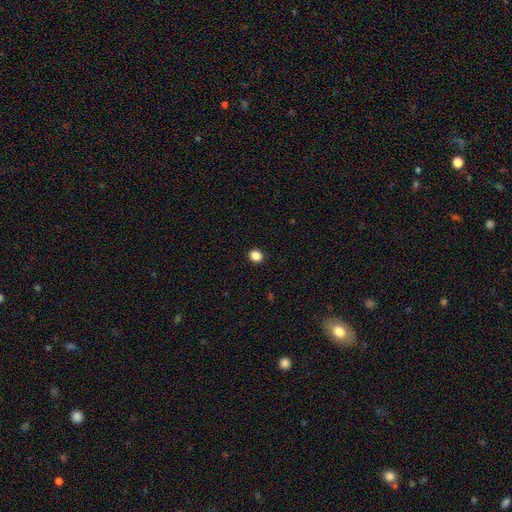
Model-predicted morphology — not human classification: Smooth or featured?
  - smooth: 87% *
  - star or artifact: 11%
  - featured or disk: 3%
How rounded?
  - round: 72% *
  - in between: 28%
  - cigar-shaped: 1%
Merging?
  - none: 92% *
  - minor disturbance: 5%
  - major disturbance: 2%
  - merger: 1%